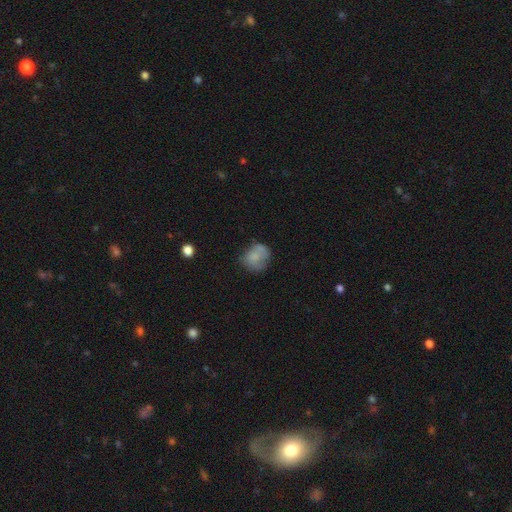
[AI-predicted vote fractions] Smooth or featured?
  - smooth: 70% *
  - featured or disk: 20%
  - star or artifact: 10%
How rounded?
  - round: 70% *
  - in between: 29%
  - cigar-shaped: 1%
Merging?
  - none: 49% *
  - minor disturbance: 29%
  - major disturbance: 15%
  - merger: 7%